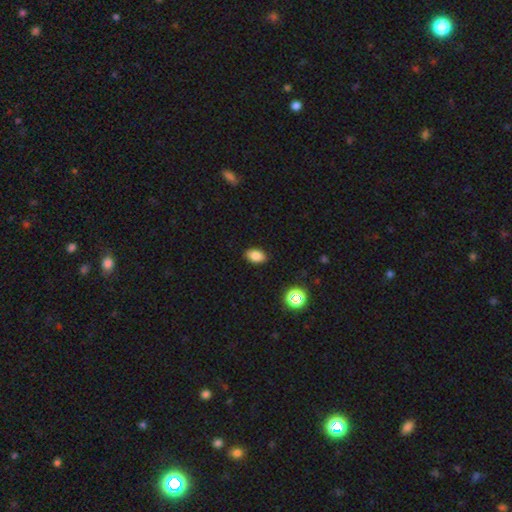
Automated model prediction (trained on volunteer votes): Q: Smooth or featured?
A: smooth (84%); runner-up: star or artifact (11%)
Q: How rounded?
A: in between (88%); runner-up: round (11%)
Q: Merging?
A: none (89%); runner-up: minor disturbance (8%)